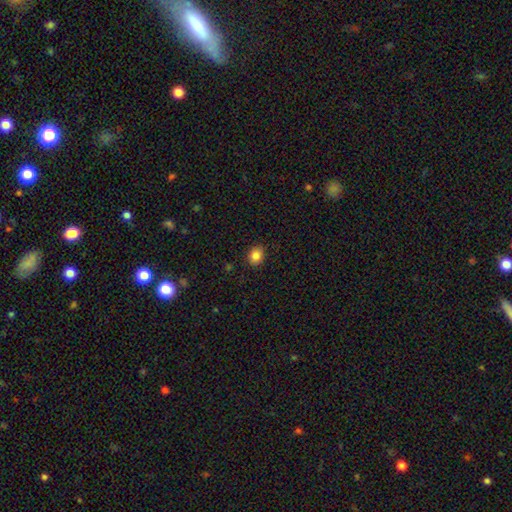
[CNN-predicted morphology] smooth-or-featured: smooth: 86% | star or artifact: 10% | featured or disk: 4%
  how-rounded: round: 55% | in between: 44% | cigar-shaped: 1%
  merging: none: 89% | minor disturbance: 8% | major disturbance: 2% | merger: 1%